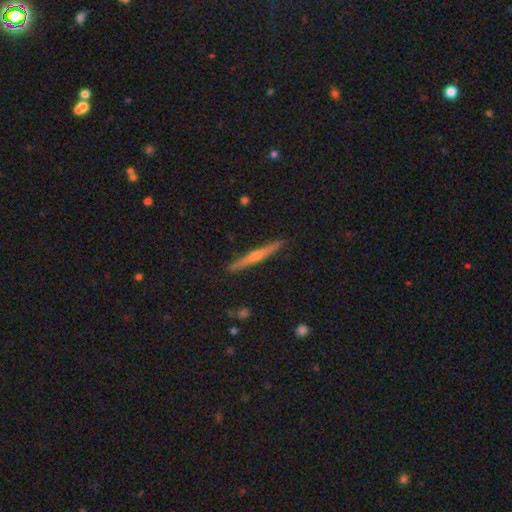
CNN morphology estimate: This is likely a featured or disk galaxy (61%). It is clearly viewed edge-on (98%). Edge-on bulge: likely rounded (67%). Merging: clearly none (91%).